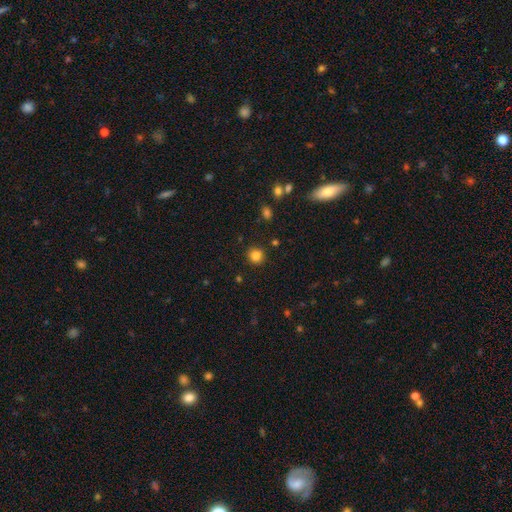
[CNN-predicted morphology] smooth_or_featured: smooth (p=0.84) [alt: star or artifact p=0.12]
how_rounded: round (p=0.92) [alt: in between p=0.07]
merging: none (p=0.89) [alt: minor disturbance p=0.07]